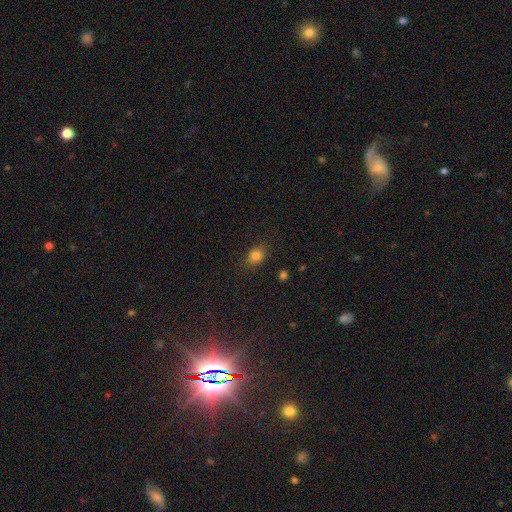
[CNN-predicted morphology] smooth_or_featured: smooth (p=0.80) [alt: star or artifact p=0.13]
how_rounded: round (p=0.50) [alt: in between p=0.49]
merging: none (p=0.80) [alt: minor disturbance p=0.15]